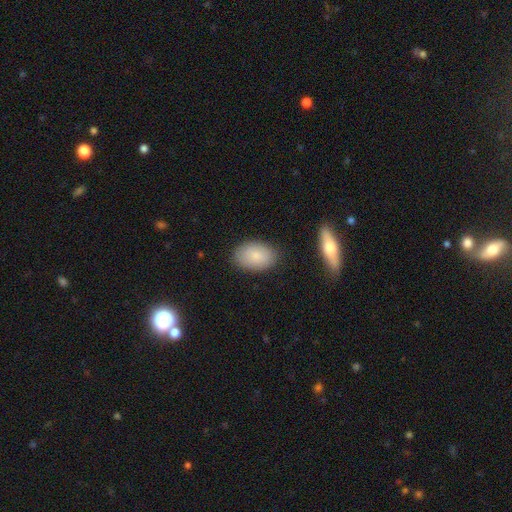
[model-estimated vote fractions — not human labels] smooth-or-featured: smooth: 85% | featured or disk: 9% | star or artifact: 6%
  how-rounded: in between: 90% | round: 9% | cigar-shaped: 1%
  merging: none: 85% | minor disturbance: 11% | major disturbance: 3% | merger: 2%